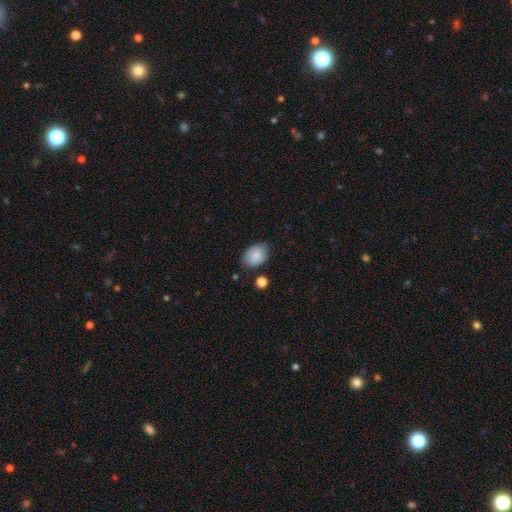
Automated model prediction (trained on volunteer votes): Smooth or featured? smooth (83%)
How rounded? in between (78%)
Merging? none (73%)